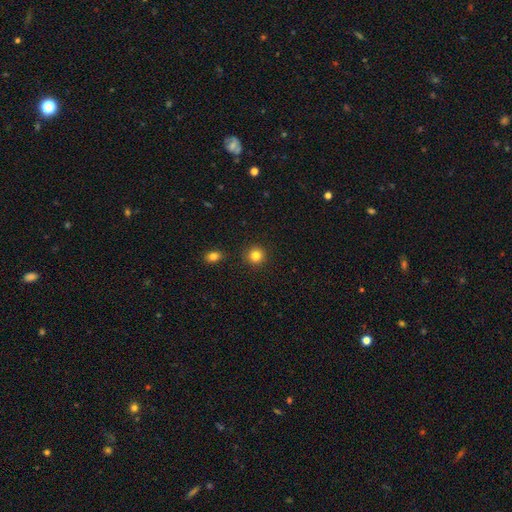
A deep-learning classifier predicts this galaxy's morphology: A smooth galaxy with no disk features (83%) that is round (93%).

Vote fractions:
- Smooth or featured? smooth: 83% / star or artifact: 11% / featured or disk: 6%
- How rounded? round: 93% / in between: 6% / cigar-shaped: 1%
- Merging? none: 90% / minor disturbance: 6% / major disturbance: 2% / merger: 2%